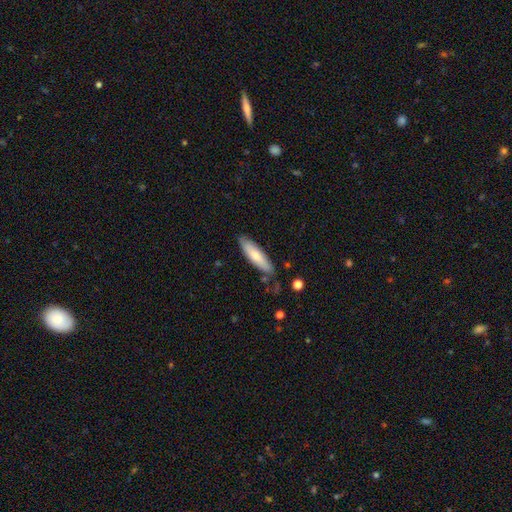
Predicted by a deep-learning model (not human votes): Smooth or featured: smooth — 72% (featured or disk — 23%)
How rounded: cigar-shaped — 66% (in between — 33%)
Merging: none — 80% (minor disturbance — 15%)